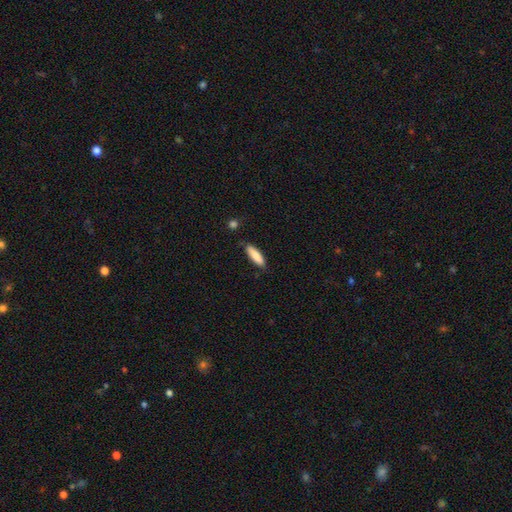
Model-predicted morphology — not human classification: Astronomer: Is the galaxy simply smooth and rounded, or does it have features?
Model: smooth — 86%.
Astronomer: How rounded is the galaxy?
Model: cigar-shaped — 59% (runner-up: in between, 39%).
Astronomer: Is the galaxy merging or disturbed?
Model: none — 84%.